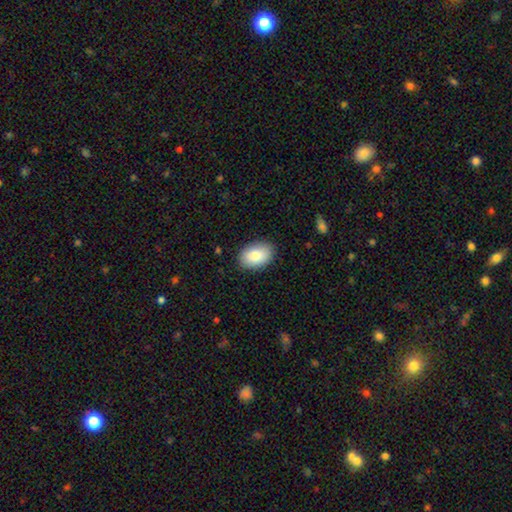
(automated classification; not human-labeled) Smooth or featured: smooth — 86% (featured or disk — 7%)
How rounded: in between — 90% (round — 9%)
Merging: none — 87% (minor disturbance — 10%)